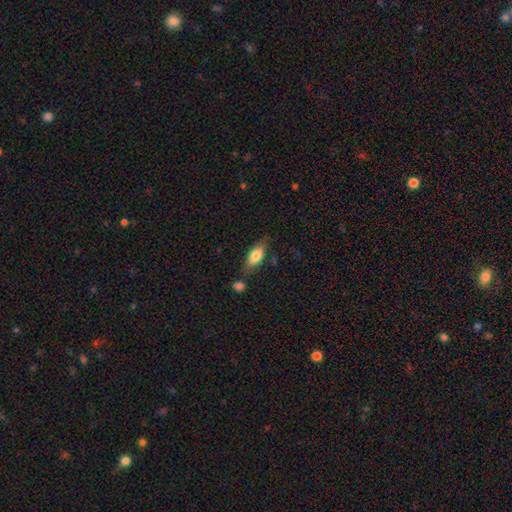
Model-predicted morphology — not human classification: type=smooth (78%); roundness=in between (83%); merging=none (67%).